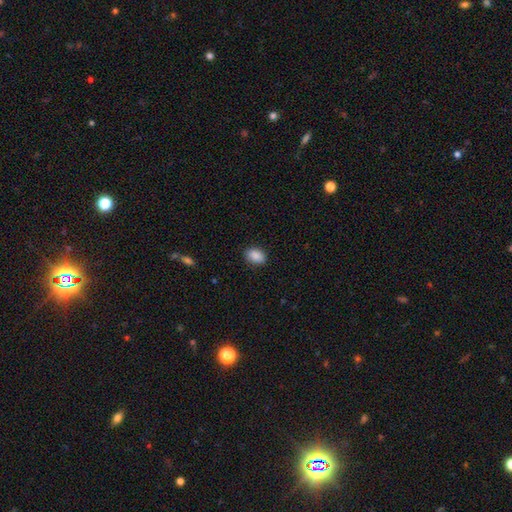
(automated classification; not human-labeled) smooth 89%, star or artifact 8%, featured or disk 3%. Down the decision tree: how rounded — in between (82%); merging — none (87%).